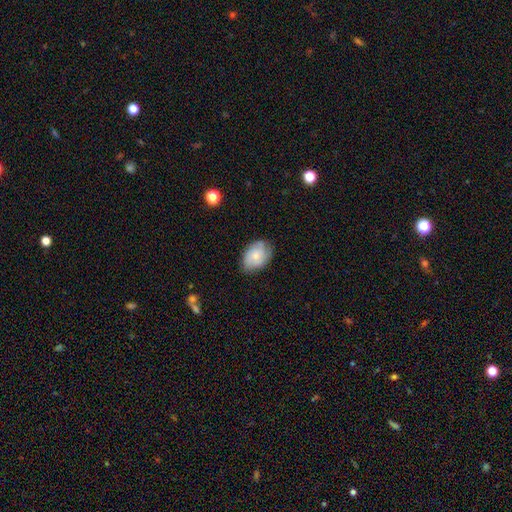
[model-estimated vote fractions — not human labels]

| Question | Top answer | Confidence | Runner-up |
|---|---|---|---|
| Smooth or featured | smooth | 64% | featured or disk (29%) |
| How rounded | in between | 82% | round (17%) |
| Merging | none | 70% | minor disturbance (24%) |